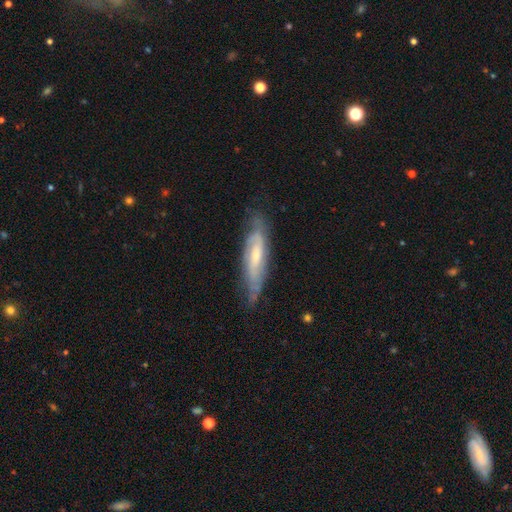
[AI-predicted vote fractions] A featured or disk galaxy (69%). Merging: none (68%).